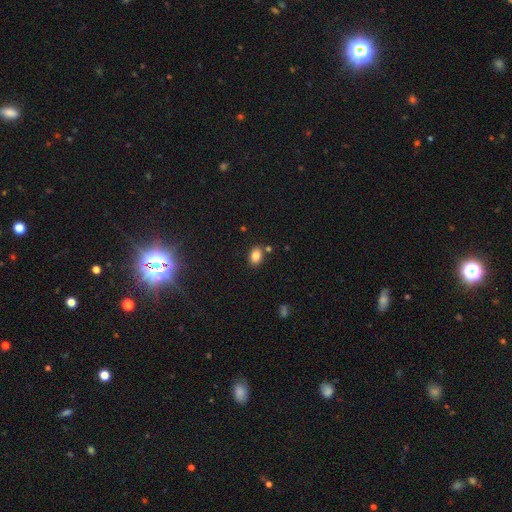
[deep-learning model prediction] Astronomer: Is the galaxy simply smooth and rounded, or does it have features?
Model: smooth — 84%.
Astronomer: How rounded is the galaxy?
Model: in between — 81%.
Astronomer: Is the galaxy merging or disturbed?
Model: none — 79%.